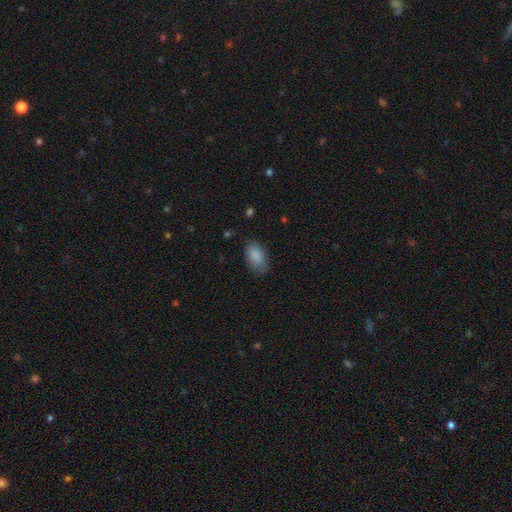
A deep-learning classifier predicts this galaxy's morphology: Smooth or featured?
  - smooth: 88% *
  - star or artifact: 7%
  - featured or disk: 5%
How rounded?
  - in between: 93% *
  - round: 5%
  - cigar-shaped: 2%
Merging?
  - none: 76% *
  - minor disturbance: 18%
  - major disturbance: 4%
  - merger: 1%